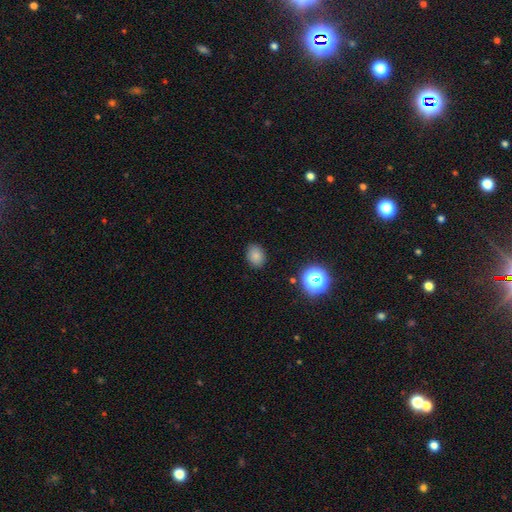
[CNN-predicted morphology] Smooth or featured: smooth — 80% (star or artifact — 14%)
How rounded: in between — 63% (round — 36%)
Merging: none — 86% (minor disturbance — 10%)